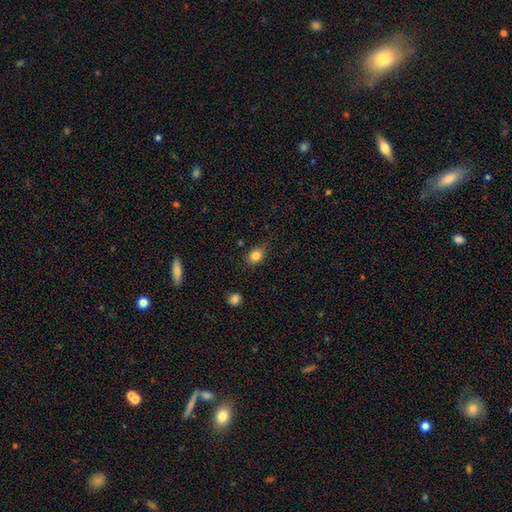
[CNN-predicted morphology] smooth 83%, star or artifact 11%, featured or disk 6%. Down the decision tree: how rounded — in between (52%); merging — none (76%).